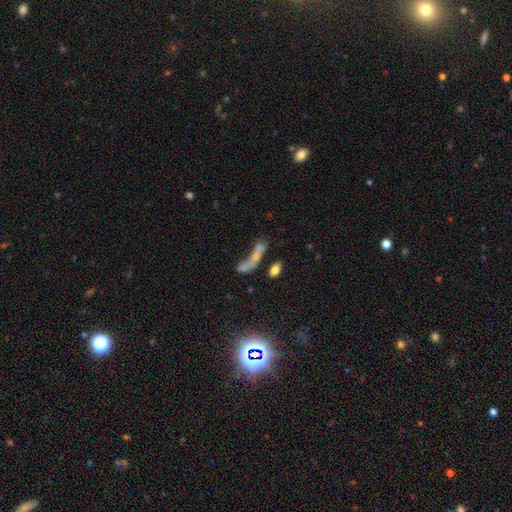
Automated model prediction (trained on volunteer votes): A smooth galaxy with no disk features (57%) that is cigar-shaped (56%).

Vote fractions:
- Smooth or featured? smooth: 57% / featured or disk: 27% / star or artifact: 16%
- How rounded? cigar-shaped: 56% / in between: 37% / round: 7%
- Merging? merger: 48% / none: 25% / major disturbance: 17% / minor disturbance: 10%